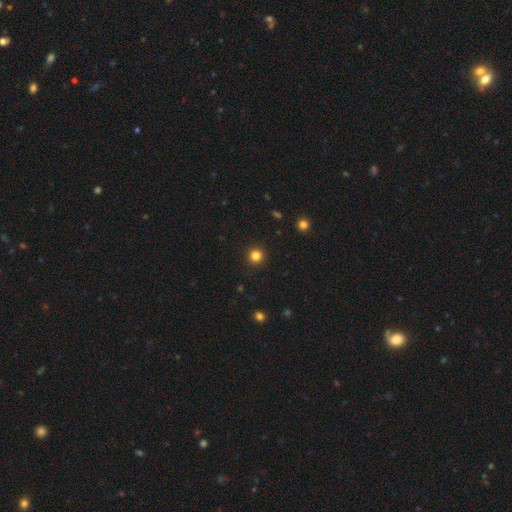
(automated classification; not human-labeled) Smooth or featured: smooth — 83% (star or artifact — 13%)
How rounded: round — 95% (in between — 4%)
Merging: none — 93% (minor disturbance — 5%)